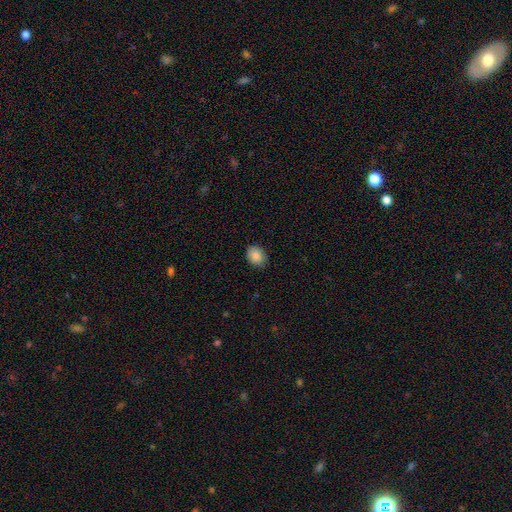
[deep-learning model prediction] This is clearly a smooth galaxy (88%). How rounded: possibly in between (59%). Merging: clearly none (86%).